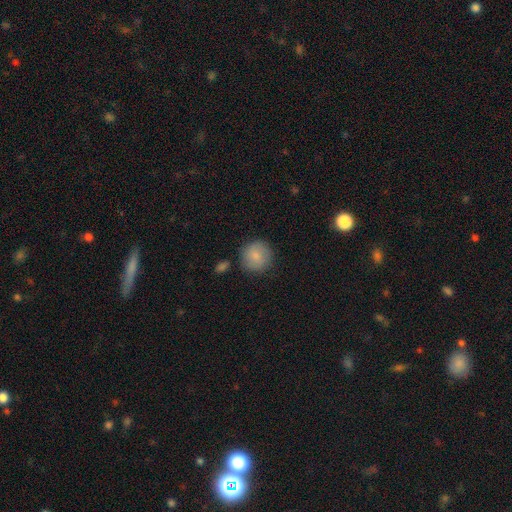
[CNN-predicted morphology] Smooth or featured? smooth (86%)
How rounded? round (92%)
Merging? none (83%)